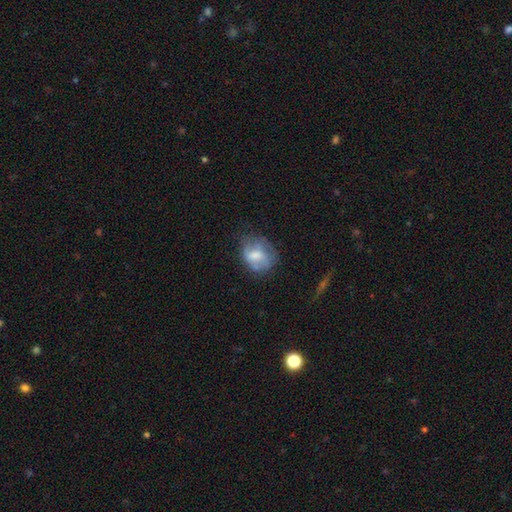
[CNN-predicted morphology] Smooth or featured? smooth (58%)
How rounded? in between (51%)
Merging? none (47%)